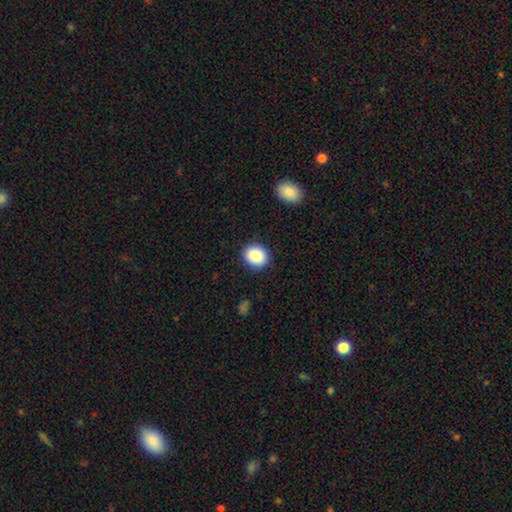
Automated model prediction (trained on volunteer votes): smooth 88%, star or artifact 8%, featured or disk 4%. Down the decision tree: how rounded — round (68%); merging — none (89%).